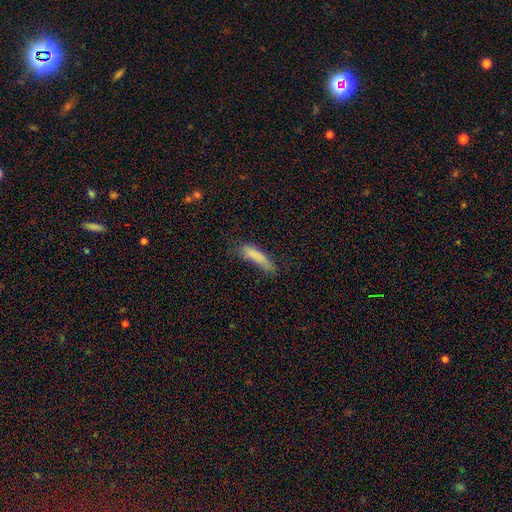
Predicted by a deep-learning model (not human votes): smooth_or_featured: smooth (p=0.80) [alt: featured or disk p=0.12]
how_rounded: cigar-shaped (p=0.77) [alt: in between p=0.22]
merging: none (p=0.50) [alt: minor disturbance p=0.31]